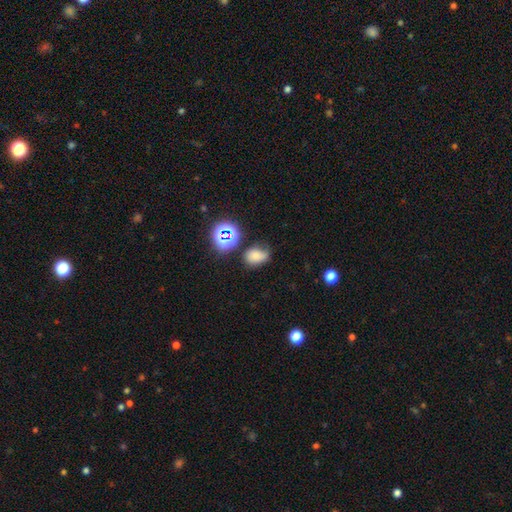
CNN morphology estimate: Smooth or featured?
  - smooth: 62% *
  - star or artifact: 20%
  - featured or disk: 17%
How rounded?
  - in between: 66% *
  - round: 32%
  - cigar-shaped: 1%
Merging?
  - none: 50% *
  - minor disturbance: 33%
  - major disturbance: 12%
  - merger: 5%